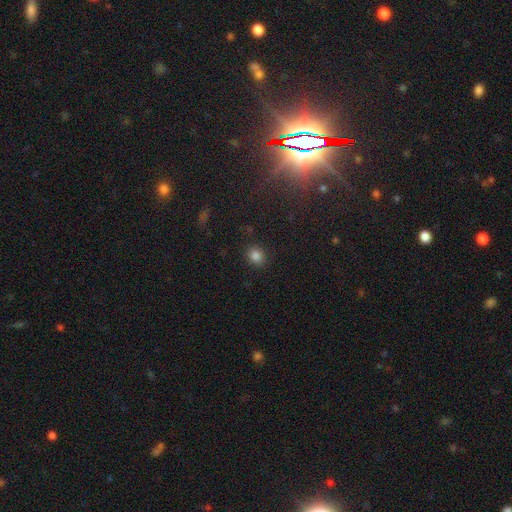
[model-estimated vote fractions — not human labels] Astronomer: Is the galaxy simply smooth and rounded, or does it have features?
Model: smooth — 82%.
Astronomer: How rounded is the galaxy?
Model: round — 66%.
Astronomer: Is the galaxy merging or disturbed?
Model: none — 86%.